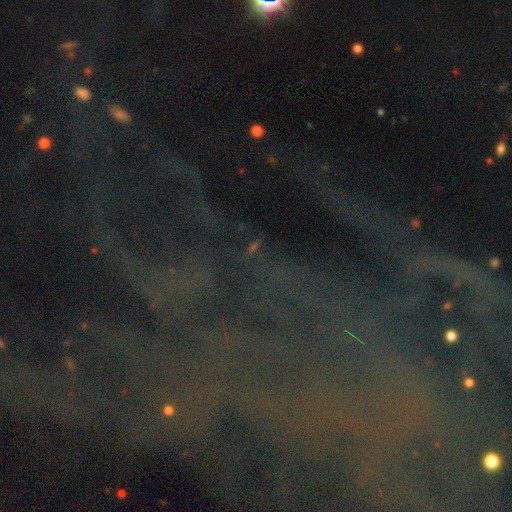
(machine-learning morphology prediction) Overall: star or artifact (80%).